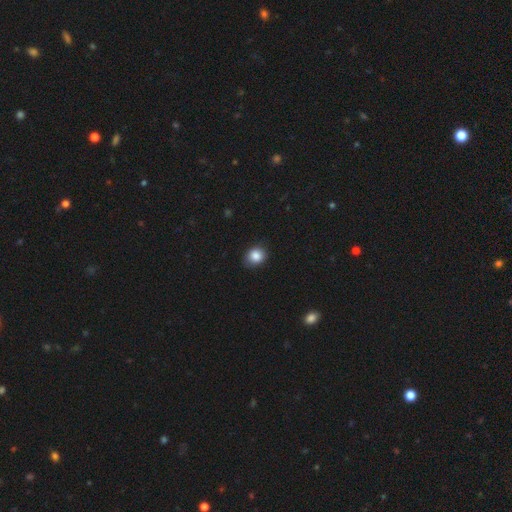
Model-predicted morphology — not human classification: smooth-or-featured: smooth: 85% | star or artifact: 9% | featured or disk: 6%
  how-rounded: round: 63% | in between: 36% | cigar-shaped: 1%
  merging: none: 76% | minor disturbance: 19% | major disturbance: 3% | merger: 1%